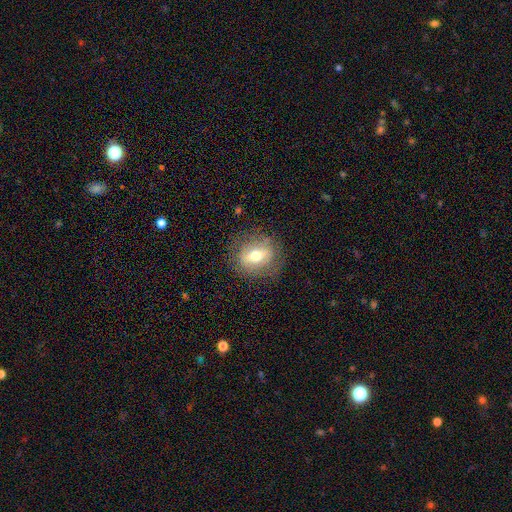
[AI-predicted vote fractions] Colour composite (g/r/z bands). It shows a smooth galaxy with no disk features (53%) that is round (55%). Merging: none (76%).